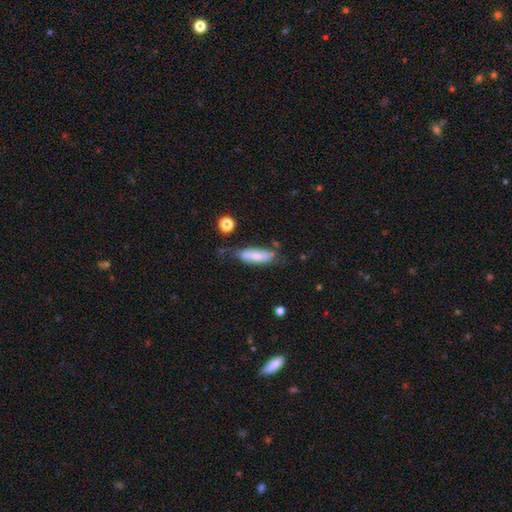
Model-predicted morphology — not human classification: smooth 52%, featured or disk 41%, star or artifact 7%. Down the decision tree: how rounded — in between (60%); merging — none (55%).